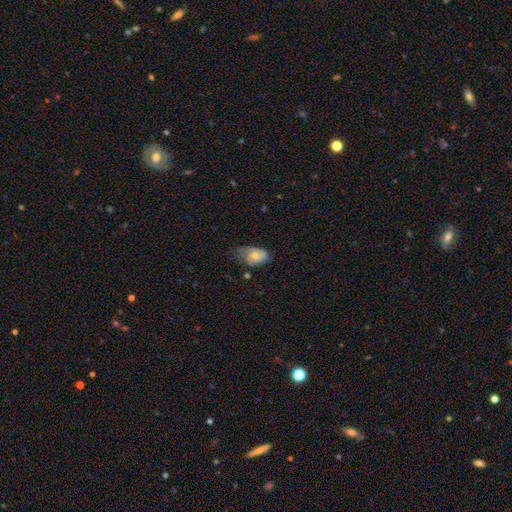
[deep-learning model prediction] Smooth or featured? smooth (49%)
Merging? none (41%)